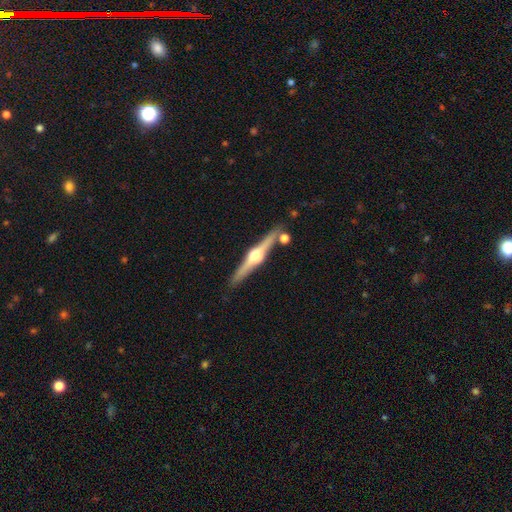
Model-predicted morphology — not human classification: Q: Smooth or featured?
A: featured or disk (84%); runner-up: smooth (11%)
Q: Edge-on disk?
A: yes (98%); runner-up: no (2%)
Q: Edge-on bulge?
A: rounded (96%); runner-up: boxy (3%)
Q: Merging?
A: none (85%); runner-up: minor disturbance (8%)